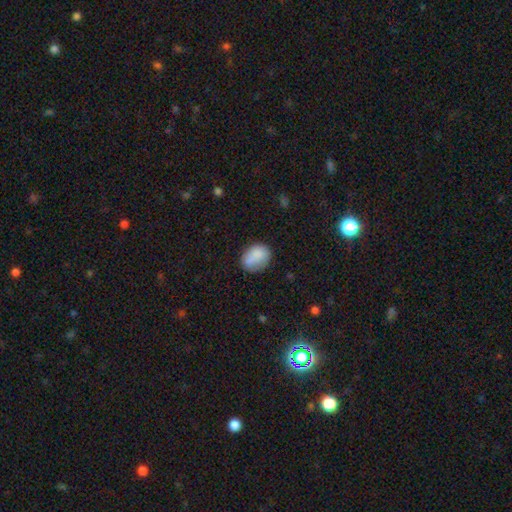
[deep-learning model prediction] Overall: smooth (83%). How rounded: in between (59%; round 40%). Merging: none (68%).